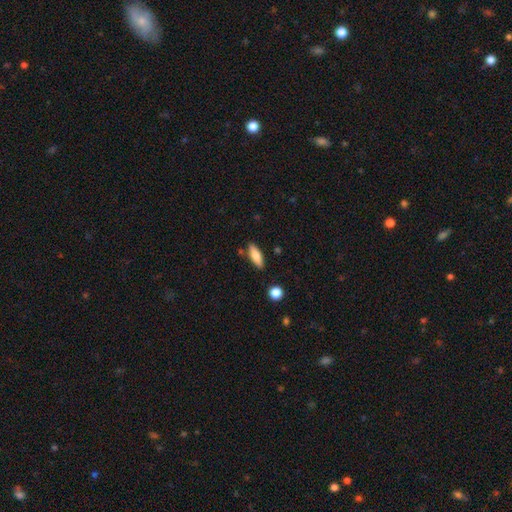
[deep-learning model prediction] A smooth galaxy with no disk features (77%) that is in between round and cigar-shaped (60%).

Vote fractions:
- Smooth or featured? smooth: 77% / featured or disk: 16% / star or artifact: 7%
- How rounded? in between: 60% / cigar-shaped: 38% / round: 2%
- Merging? none: 84% / minor disturbance: 11% / merger: 3% / major disturbance: 2%